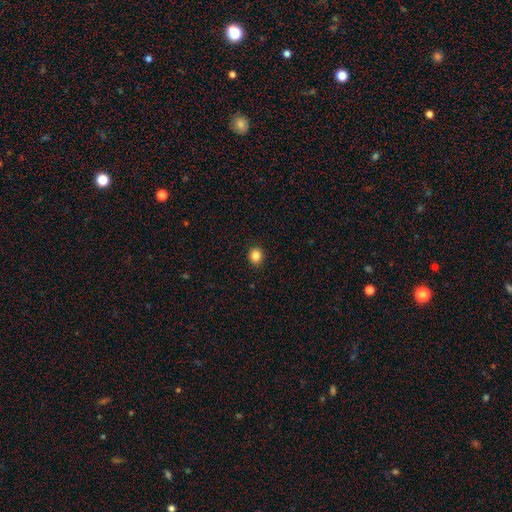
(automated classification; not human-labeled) Smooth or featured?
  - smooth: 85% *
  - star or artifact: 11%
  - featured or disk: 4%
How rounded?
  - round: 80% *
  - in between: 19%
  - cigar-shaped: 1%
Merging?
  - none: 92% *
  - minor disturbance: 6%
  - major disturbance: 2%
  - merger: 1%